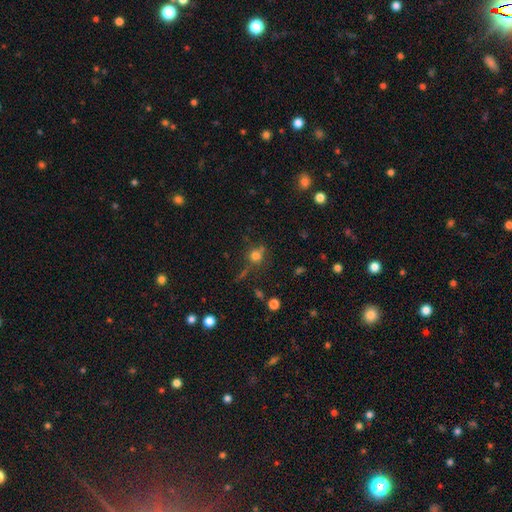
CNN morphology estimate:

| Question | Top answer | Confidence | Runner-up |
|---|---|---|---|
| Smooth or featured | smooth | 71% | star or artifact (19%) |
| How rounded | round | 87% | in between (11%) |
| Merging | none | 69% | minor disturbance (14%) |